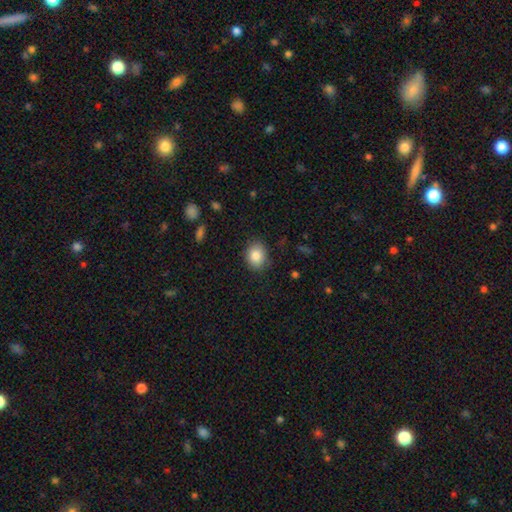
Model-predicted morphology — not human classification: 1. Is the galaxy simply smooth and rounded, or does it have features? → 85% smooth, 9% star or artifact, 7% featured or disk.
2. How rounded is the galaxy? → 50% round (tied), 50% in between (tied), 1% cigar-shaped.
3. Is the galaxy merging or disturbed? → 83% none, 13% minor disturbance, 3% major disturbance, 1% merger.